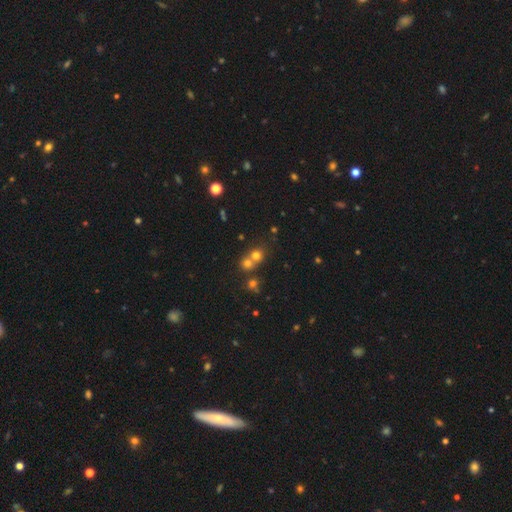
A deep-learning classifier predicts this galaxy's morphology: Smooth or featured? smooth (67%)
How rounded? round (83%)
Merging? merger (49%)